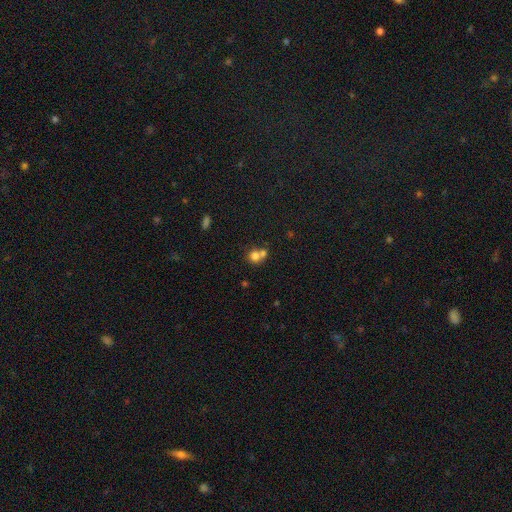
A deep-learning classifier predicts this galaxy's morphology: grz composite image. It shows a smooth galaxy with no disk features (75%) that is round (81%). Merging: merger (53%).